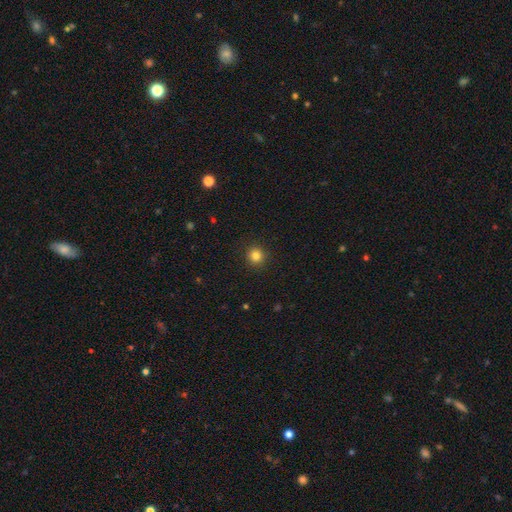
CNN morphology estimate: Smooth or featured? Predicted: smooth (p=0.83). How rounded? Predicted: round (p=0.94). Merging? Predicted: none (p=0.91).